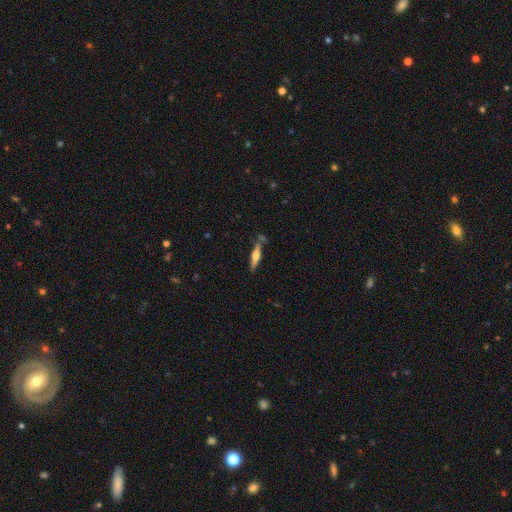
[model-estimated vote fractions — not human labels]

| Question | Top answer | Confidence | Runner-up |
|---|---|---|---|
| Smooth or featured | featured or disk | 55% | smooth (39%) |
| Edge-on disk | yes | 95% | no (5%) |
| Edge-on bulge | rounded | 86% | boxy (9%) |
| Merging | none | 75% | minor disturbance (13%) |